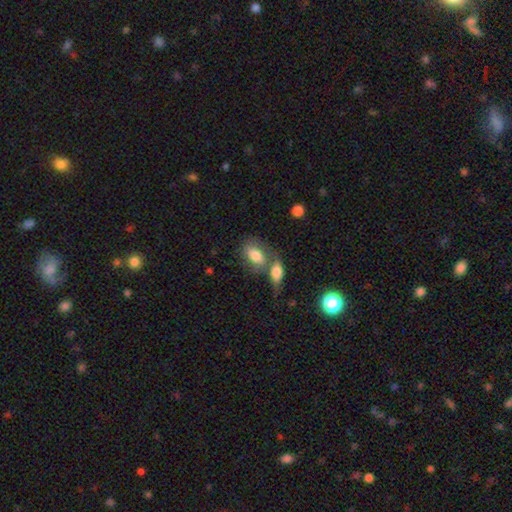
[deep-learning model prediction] Overall: smooth (77%). How rounded: in between (88%). Merging: merger (42%; none 39%).